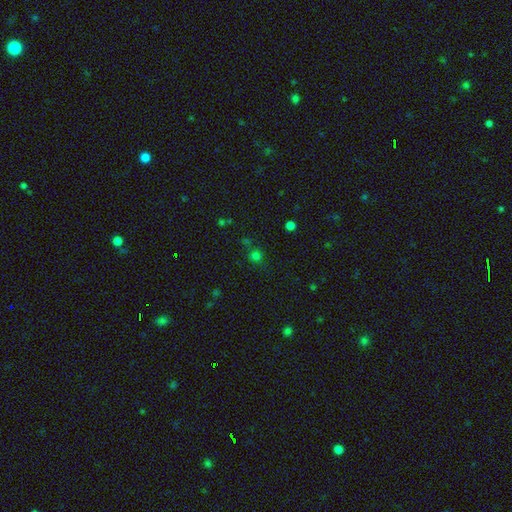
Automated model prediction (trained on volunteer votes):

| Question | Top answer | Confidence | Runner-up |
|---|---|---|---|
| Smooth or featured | smooth | 65% | star or artifact (30%) |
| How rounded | round | 89% | in between (10%) |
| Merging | none | 74% | minor disturbance (12%) |